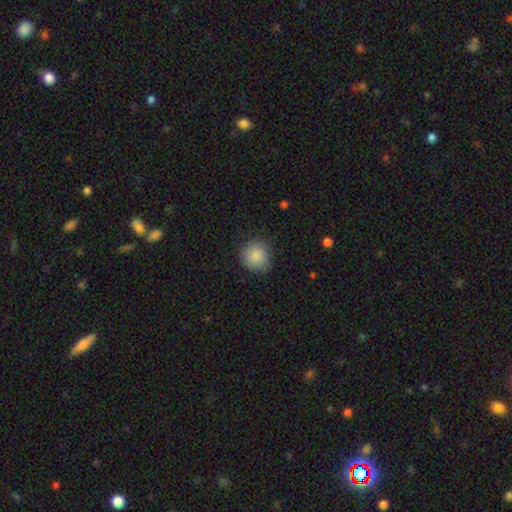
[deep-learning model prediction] A smooth galaxy with no disk features (87%) that is round (90%).

Vote fractions:
- Smooth or featured? smooth: 87% / star or artifact: 8% / featured or disk: 5%
- How rounded? round: 90% / in between: 9% / cigar-shaped: 1%
- Merging? none: 82% / minor disturbance: 14% / major disturbance: 3% / merger: 1%